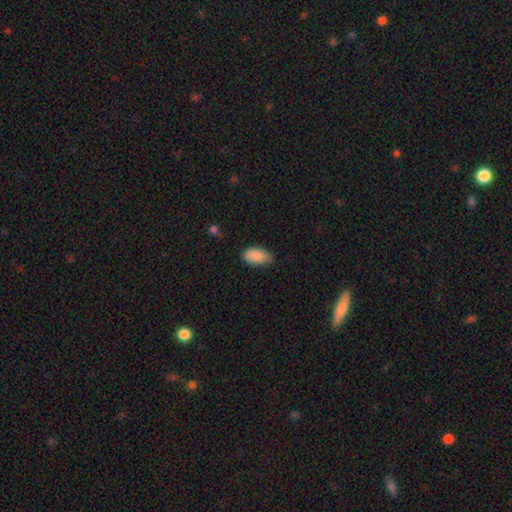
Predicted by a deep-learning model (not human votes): Smooth or featured? smooth (89%)
How rounded? in between (94%)
Merging? none (70%)